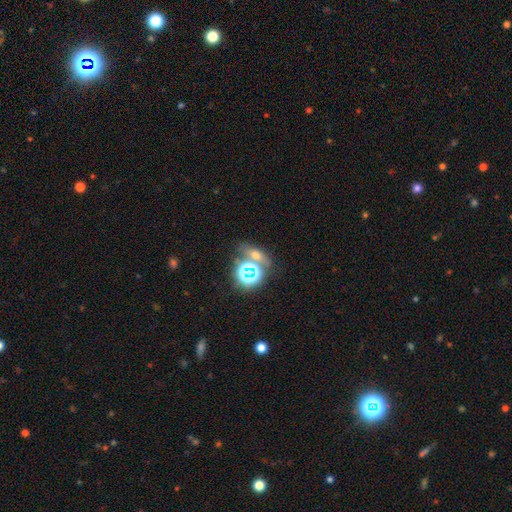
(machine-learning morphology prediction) type=star or artifact (43%).